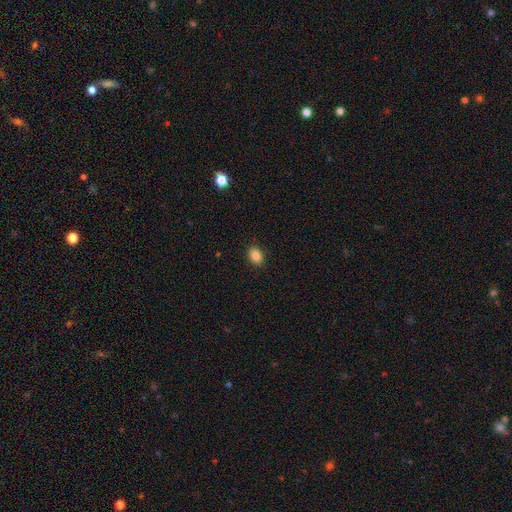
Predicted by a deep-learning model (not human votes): This appears to be a smooth galaxy with no disk features (86%) that is in between round and cigar-shaped (74%). Merging: none (89%).